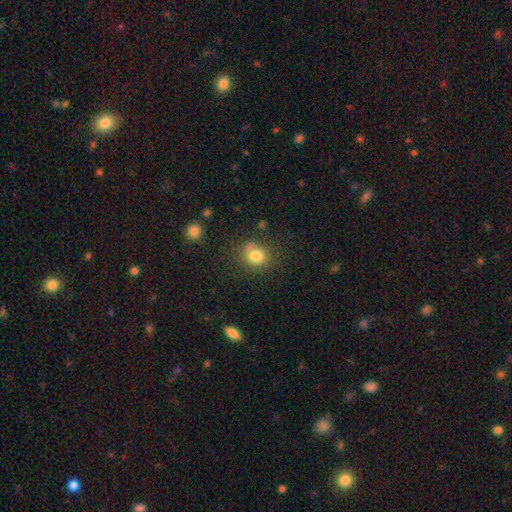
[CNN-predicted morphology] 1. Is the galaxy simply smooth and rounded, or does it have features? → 80% smooth, 11% star or artifact, 9% featured or disk.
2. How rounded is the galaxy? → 75% round, 24% in between, 1% cigar-shaped.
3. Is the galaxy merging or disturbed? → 69% none, 19% minor disturbance, 7% major disturbance, 5% merger.